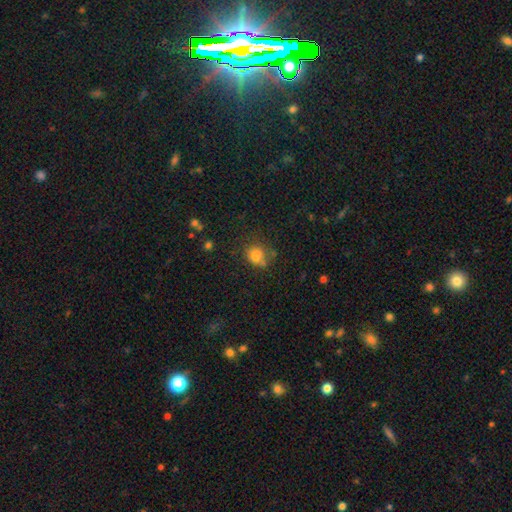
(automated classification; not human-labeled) A smooth galaxy with no disk features (76%) that is round (67%). Merging: none (53%).